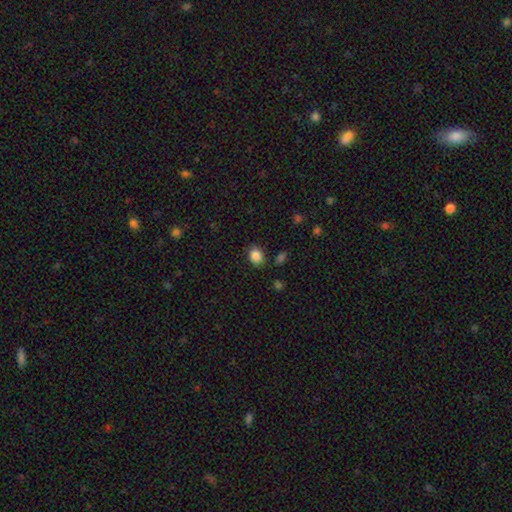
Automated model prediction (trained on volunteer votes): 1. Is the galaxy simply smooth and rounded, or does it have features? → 86% smooth, 10% star or artifact, 4% featured or disk.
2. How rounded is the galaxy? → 55% in between, 44% round, 1% cigar-shaped.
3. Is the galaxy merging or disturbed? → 81% none, 13% minor disturbance, 3% major disturbance, 3% merger.